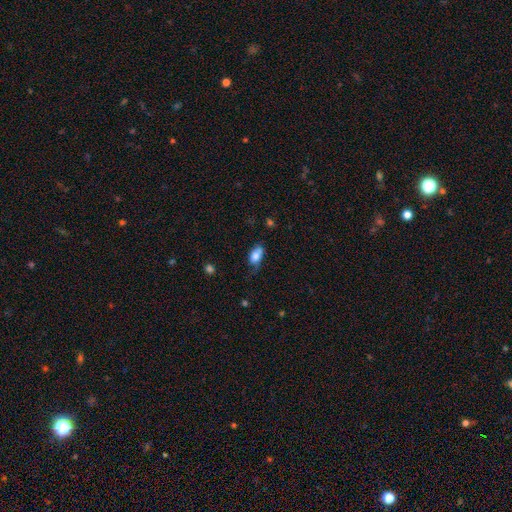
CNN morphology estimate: Smooth or featured: smooth — 75% (featured or disk — 17%)
How rounded: in between — 89% (round — 6%)
Merging: none — 41% (minor disturbance — 36%)